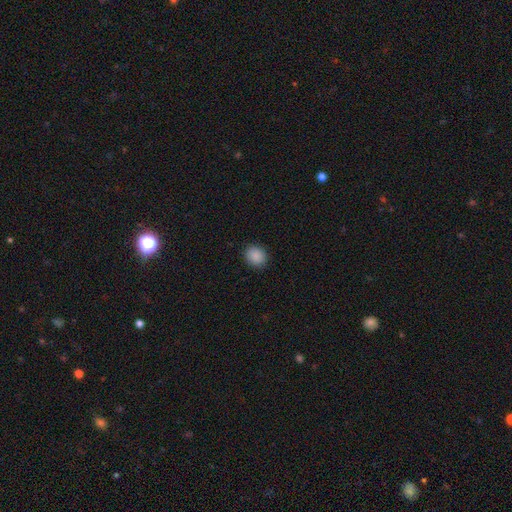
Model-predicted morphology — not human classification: Smooth or featured? smooth (89%)
How rounded? round (69%)
Merging? none (89%)